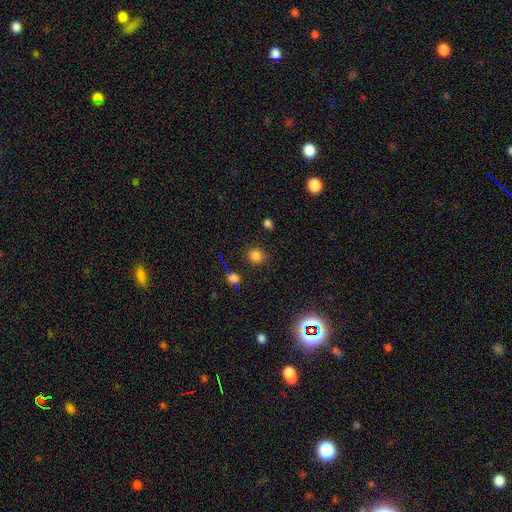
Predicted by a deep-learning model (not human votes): Q: Smooth or featured?
A: smooth (75%); runner-up: star or artifact (19%)
Q: How rounded?
A: round (83%); runner-up: in between (16%)
Q: Merging?
A: none (86%); runner-up: minor disturbance (9%)